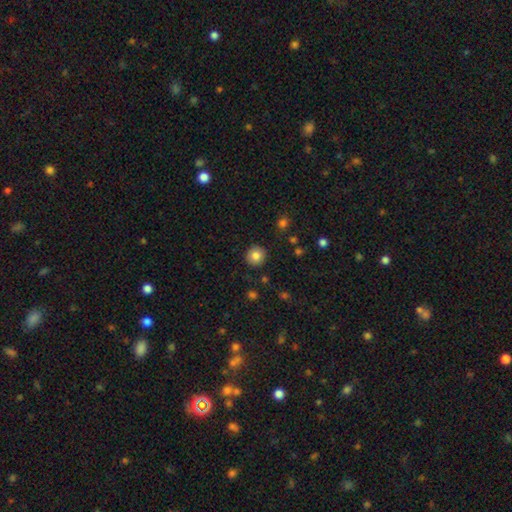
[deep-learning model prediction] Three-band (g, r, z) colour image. It shows a smooth galaxy with no disk features (84%) that is round (92%). Merging: none (90%).